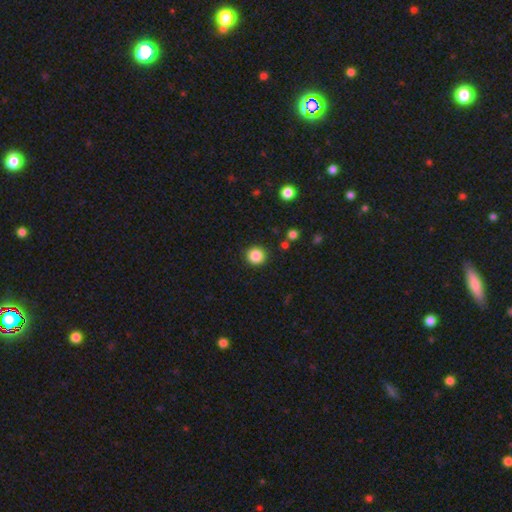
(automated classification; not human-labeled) A smooth galaxy with no disk features (86%) that is round (94%).

Vote fractions:
- Smooth or featured? smooth: 86% / star or artifact: 10% / featured or disk: 3%
- How rounded? round: 94% / in between: 5% / cigar-shaped: 1%
- Merging? none: 91% / minor disturbance: 5% / major disturbance: 2% / merger: 1%